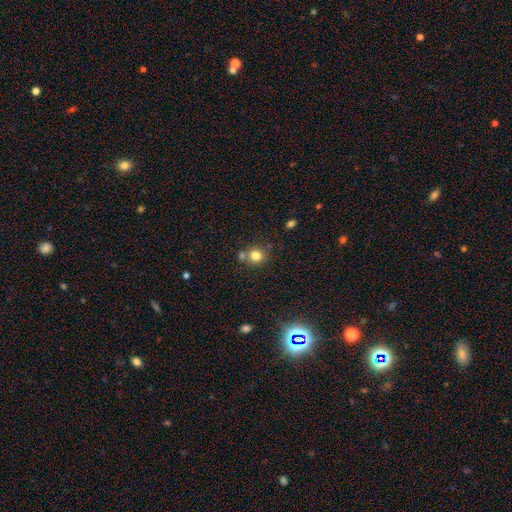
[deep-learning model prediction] Overall: smooth (79%). How rounded: round (87%). Merging: none (64%).